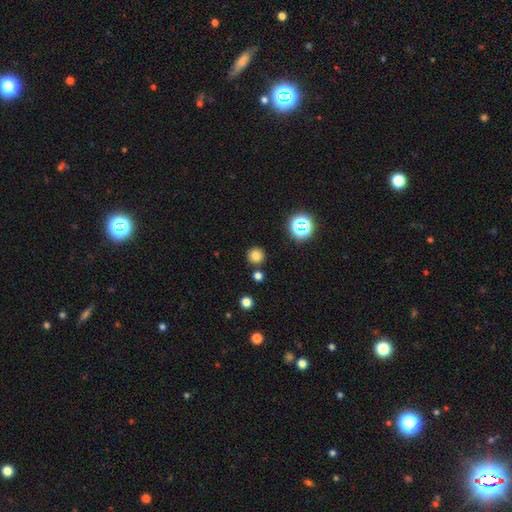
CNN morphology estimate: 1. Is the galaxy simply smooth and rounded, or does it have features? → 77% smooth, 17% star or artifact, 6% featured or disk.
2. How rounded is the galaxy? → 94% round, 5% in between, 1% cigar-shaped.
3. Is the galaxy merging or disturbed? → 86% none, 6% minor disturbance, 6% merger, 2% major disturbance.